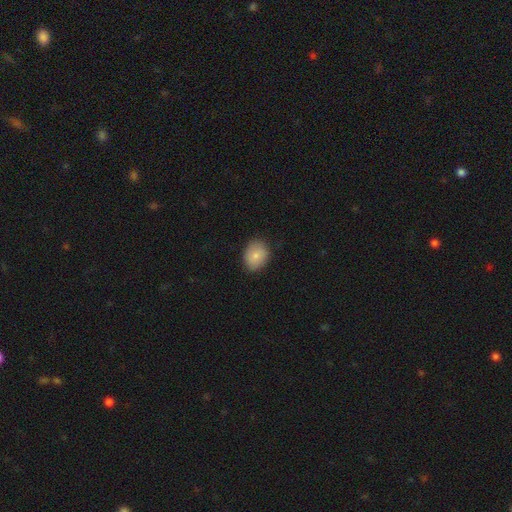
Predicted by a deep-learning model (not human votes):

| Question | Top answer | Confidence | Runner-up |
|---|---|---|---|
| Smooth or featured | smooth | 83% | featured or disk (9%) |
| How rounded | in between | 55% | round (44%) |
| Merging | none | 85% | minor disturbance (12%) |